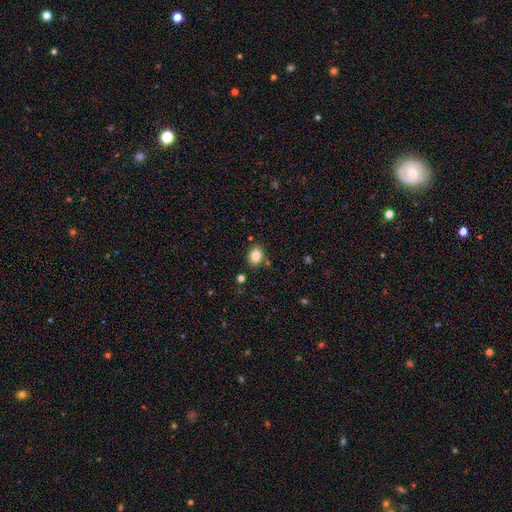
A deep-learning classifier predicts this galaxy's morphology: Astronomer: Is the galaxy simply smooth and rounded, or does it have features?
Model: smooth — 84%.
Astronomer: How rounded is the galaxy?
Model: in between — 59% (runner-up: round, 40%).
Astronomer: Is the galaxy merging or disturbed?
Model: none — 85%.